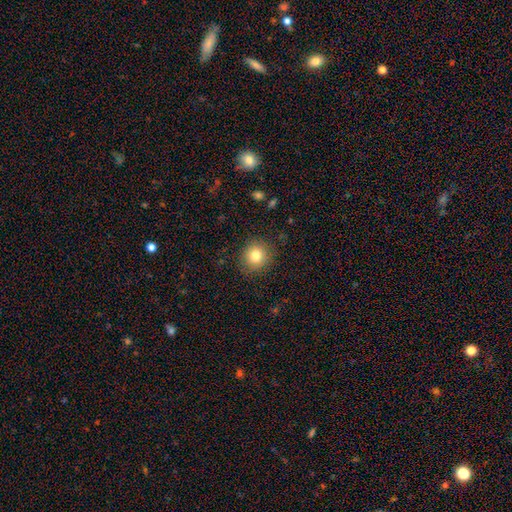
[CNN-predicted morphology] Smooth or featured? smooth (81%)
How rounded? round (87%)
Merging? none (87%)